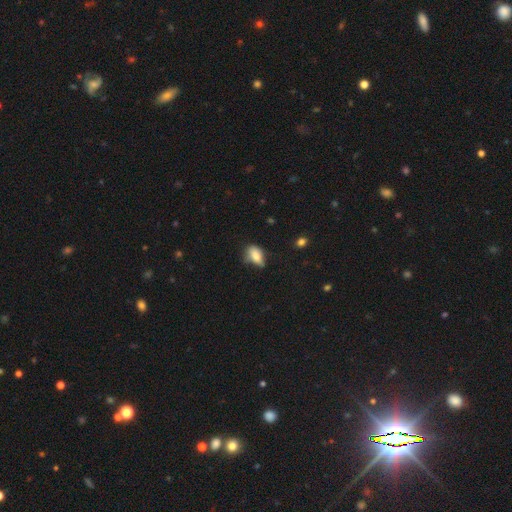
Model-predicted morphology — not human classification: type=smooth (81%); roundness=in between (86%); merging=none (42%, tied with minor disturbance).